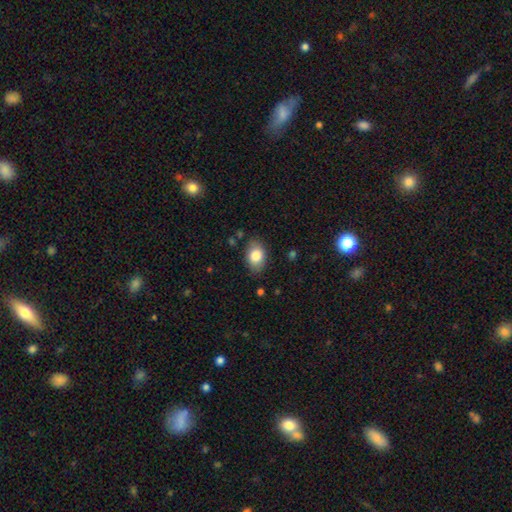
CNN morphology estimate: This is clearly a smooth galaxy (82%). How rounded: clearly in between (83%). Merging: clearly none (82%).